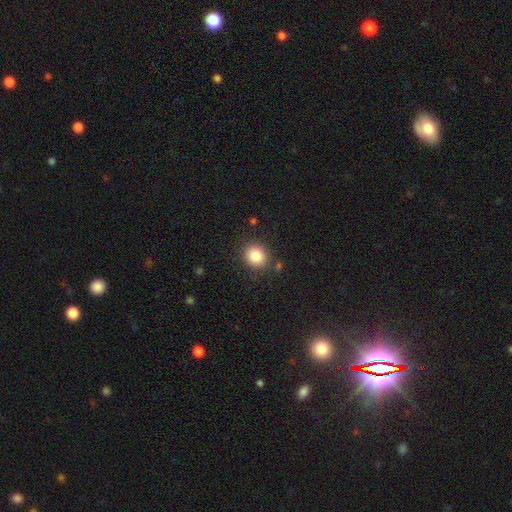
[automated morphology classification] This appears to be a smooth galaxy with no disk features (84%) that is round (78%). Merging: none (85%).